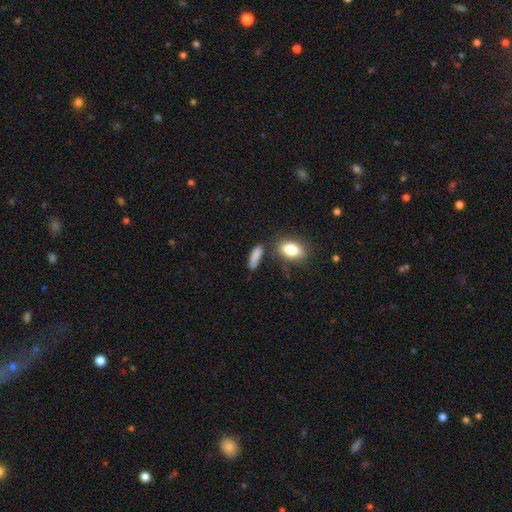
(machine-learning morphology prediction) The model was most divided on "how rounded": in between: 48%, cigar-shaped: 46%, round: 5%. More confident: smooth or featured — smooth (83%); merging — none (66%).